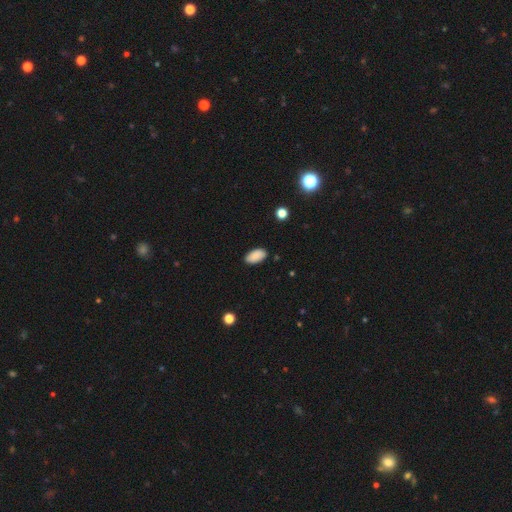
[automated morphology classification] Q: Smooth or featured?
A: smooth (89%); runner-up: star or artifact (7%)
Q: How rounded?
A: in between (95%); runner-up: round (3%)
Q: Merging?
A: none (87%); runner-up: minor disturbance (10%)